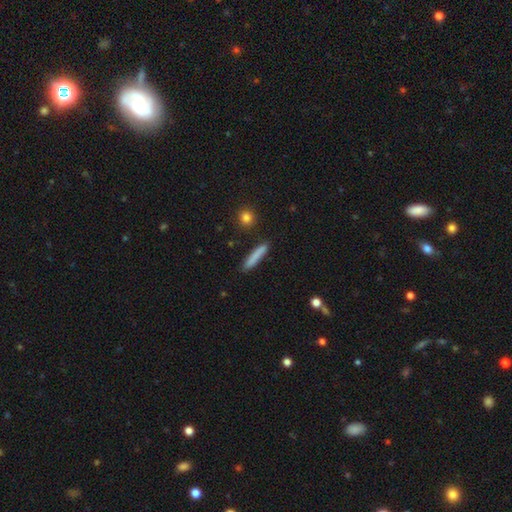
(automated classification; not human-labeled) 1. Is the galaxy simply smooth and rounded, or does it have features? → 81% smooth, 13% featured or disk, 7% star or artifact.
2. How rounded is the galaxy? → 92% cigar-shaped, 6% in between, 2% round.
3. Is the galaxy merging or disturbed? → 86% none, 10% minor disturbance, 2% major disturbance, 2% merger.